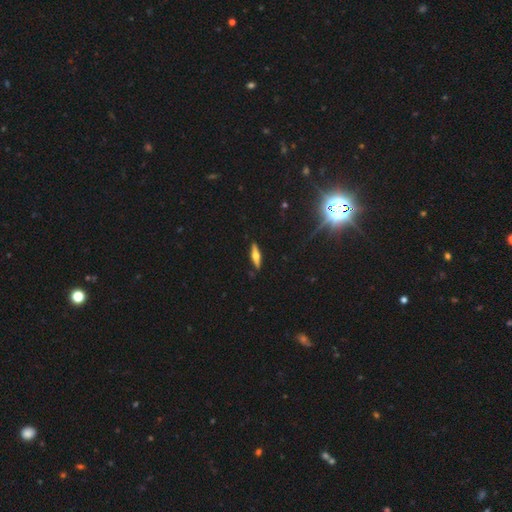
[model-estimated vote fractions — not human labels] smooth_or_featured: featured or disk (p=0.52) [alt: smooth p=0.40]
disk_edge_on: yes (p=0.94) [alt: no p=0.06]
merging: none (p=0.89) [alt: minor disturbance p=0.08]